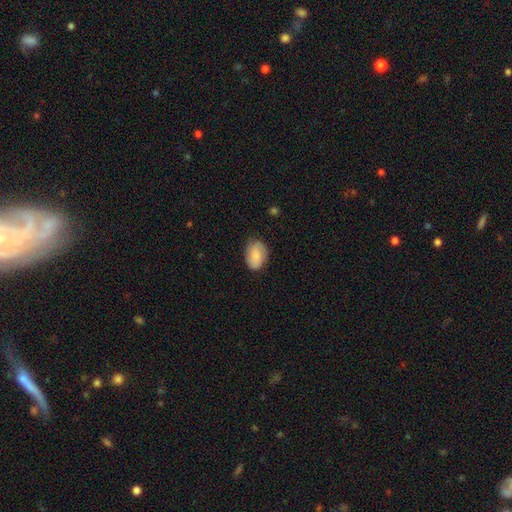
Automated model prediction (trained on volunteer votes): smooth_or_featured: smooth (p=0.75) [alt: featured or disk p=0.19]
how_rounded: in between (p=0.81) [alt: round p=0.18]
merging: none (p=0.76) [alt: minor disturbance p=0.19]